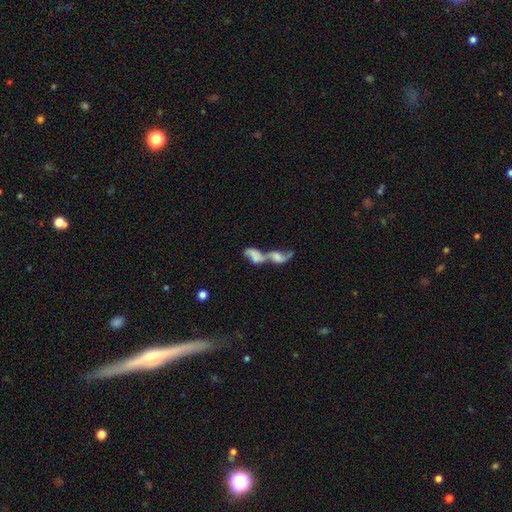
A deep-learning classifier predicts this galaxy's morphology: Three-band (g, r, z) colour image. It shows a featured or disk galaxy (46%). Merging: merger (82%).